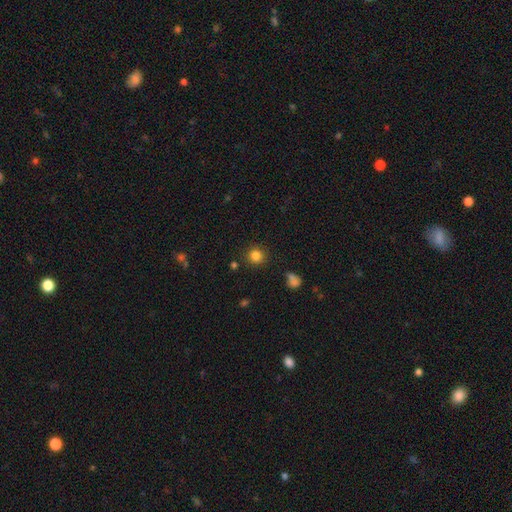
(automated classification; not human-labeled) smooth-or-featured: smooth: 83% | star or artifact: 12% | featured or disk: 5%
  how-rounded: round: 90% | in between: 9% | cigar-shaped: 1%
  merging: none: 87% | minor disturbance: 8% | major disturbance: 3% | merger: 2%